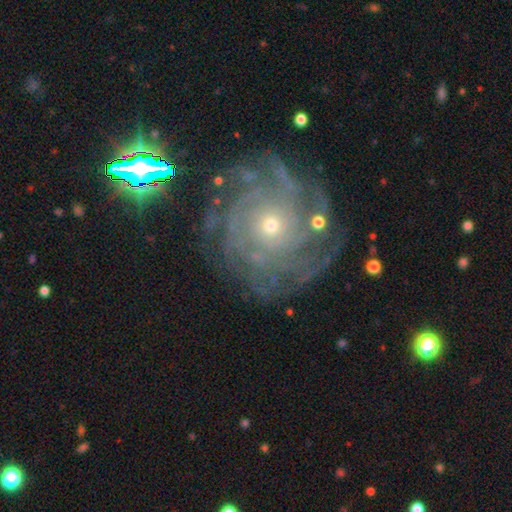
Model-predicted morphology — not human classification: Smooth or featured? Predicted: featured or disk (p=0.83). Edge-on disk? Predicted: no (p=0.97). Bar? Predicted: no (p=0.82). Spiral arms? Predicted: yes (p=0.96). Spiral winding? Predicted: tight (p=0.77). Spiral arm count? Predicted: can't tell (p=0.31). Bulge size? Predicted: small (p=0.69). Merging? Predicted: none (p=0.79).